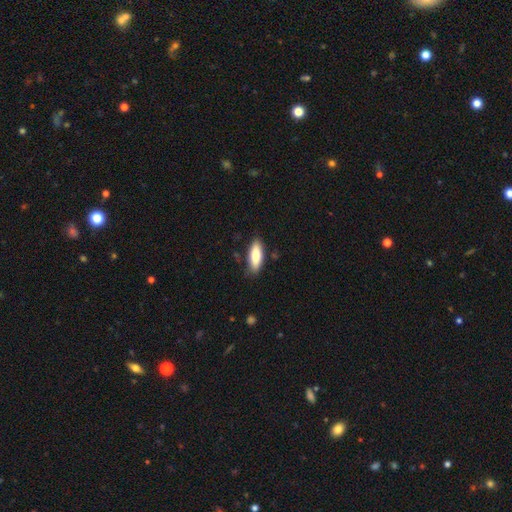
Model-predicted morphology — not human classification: A smooth galaxy with no disk features (83%) that is in between round and cigar-shaped (67%). Merging: none (81%).